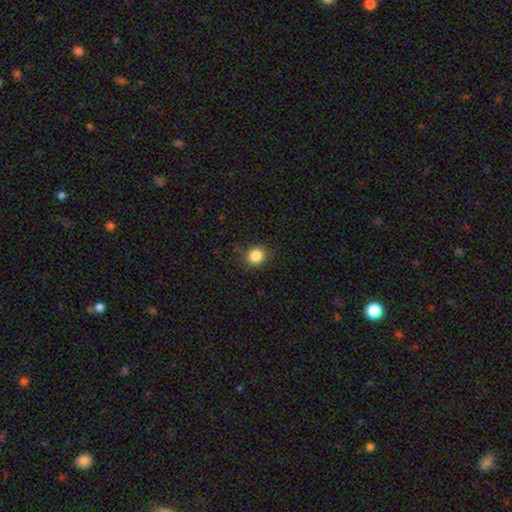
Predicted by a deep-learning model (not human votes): The model was most divided on "how rounded": round: 77%, in between: 22%, cigar-shaped: 1%. More confident: merging — none (87%); smooth or featured — smooth (85%).